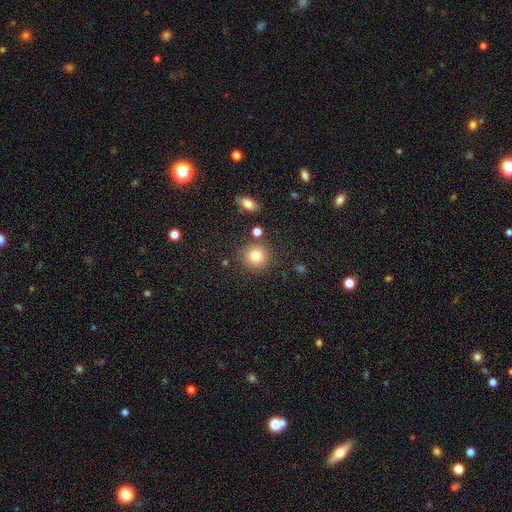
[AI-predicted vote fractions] Overall: smooth (82%). How rounded: round (91%). Merging: none (83%).